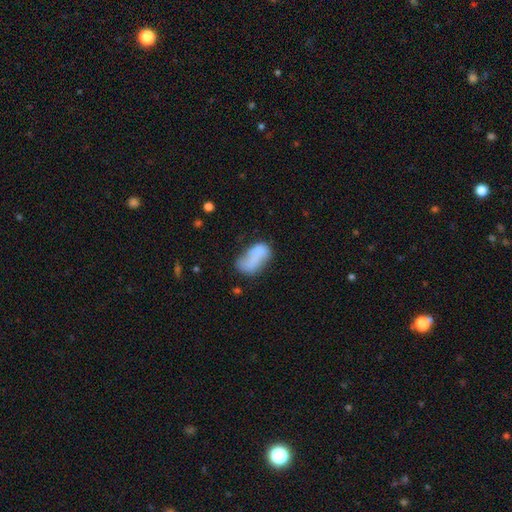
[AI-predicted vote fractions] smooth_or_featured: smooth (p=0.66) [alt: featured or disk p=0.25]
how_rounded: in between (p=0.90) [alt: round p=0.07]
merging: merger (p=0.33) [alt: none p=0.28]